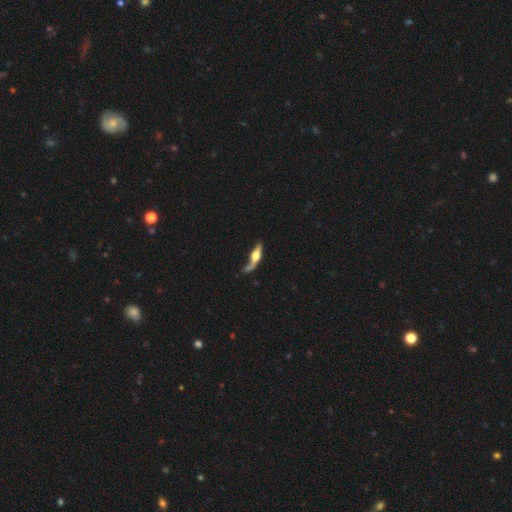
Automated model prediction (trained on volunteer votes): Overall: featured or disk (52%; smooth 41%). Edge-on disk: yes (76%). Merging: none (42%; minor disturbance 25%).